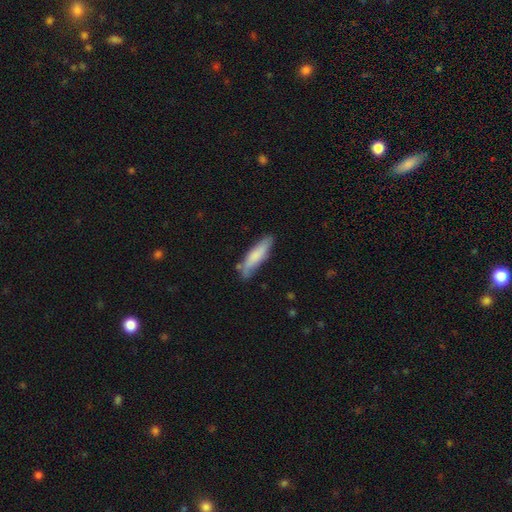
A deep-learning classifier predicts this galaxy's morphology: The model was most divided on "how rounded": cigar-shaped: 73%, in between: 26%, round: 1%. More confident: smooth or featured — smooth (75%); merging — none (70%).